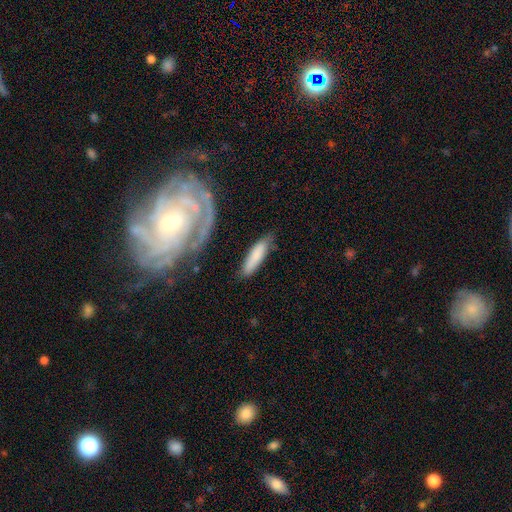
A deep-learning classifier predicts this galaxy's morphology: The model was most divided on "how rounded": cigar-shaped: 72%, in between: 26%, round: 2%. More confident: merging — none (75%); smooth or featured — smooth (75%).